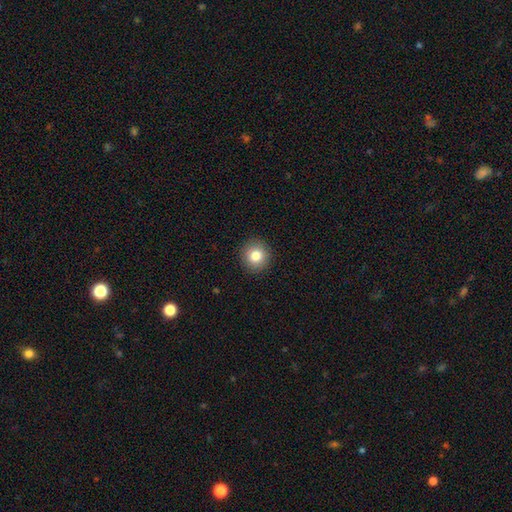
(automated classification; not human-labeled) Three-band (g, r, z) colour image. It shows a smooth galaxy with no disk features (82%) that is round (91%). Merging: none (92%).